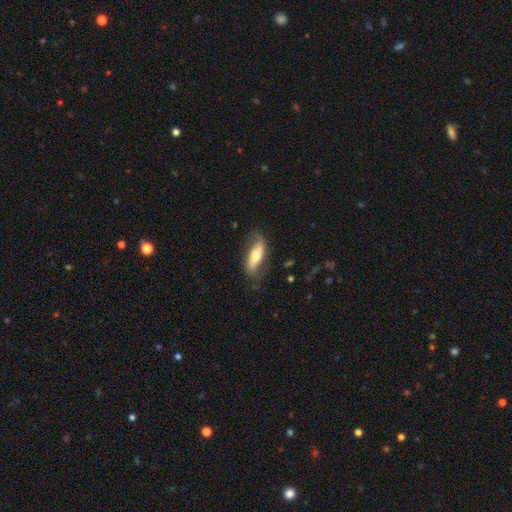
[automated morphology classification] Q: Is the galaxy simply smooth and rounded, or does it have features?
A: smooth — 49%.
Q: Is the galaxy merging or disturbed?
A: none — 70%.